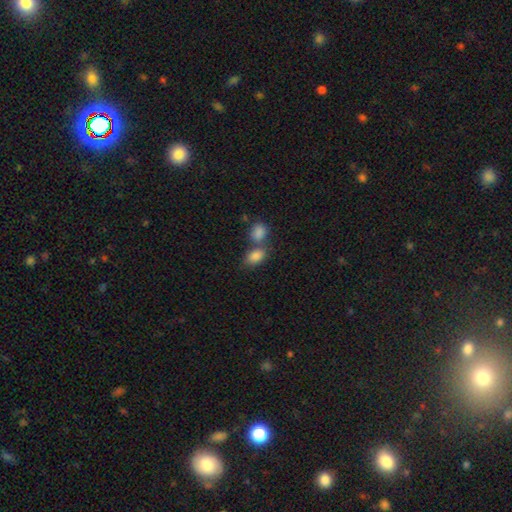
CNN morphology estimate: smooth 85%, star or artifact 9%, featured or disk 6%. Down the decision tree: how rounded — in between (85%); merging — merger (50%).